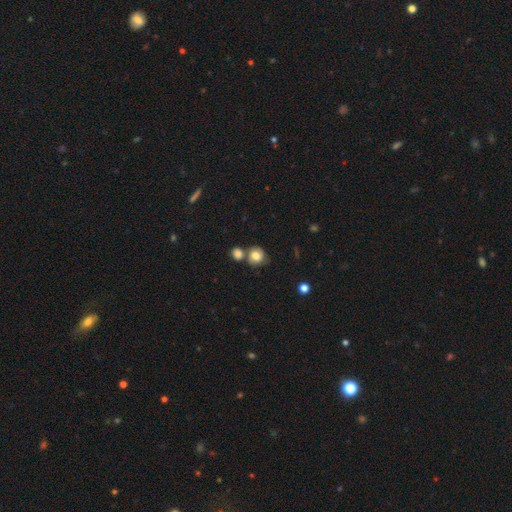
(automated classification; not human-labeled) Smooth or featured: smooth — 77% (featured or disk — 13%)
How rounded: round — 82% (in between — 17%)
Merging: none — 56% (merger — 27%)